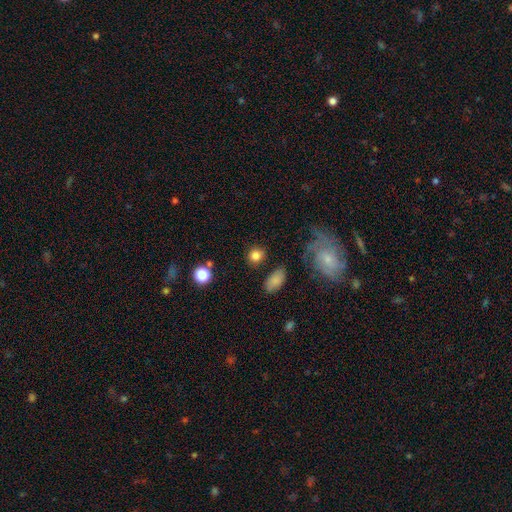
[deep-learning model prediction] Smooth or featured? smooth (83%)
How rounded? round (80%)
Merging? none (84%)